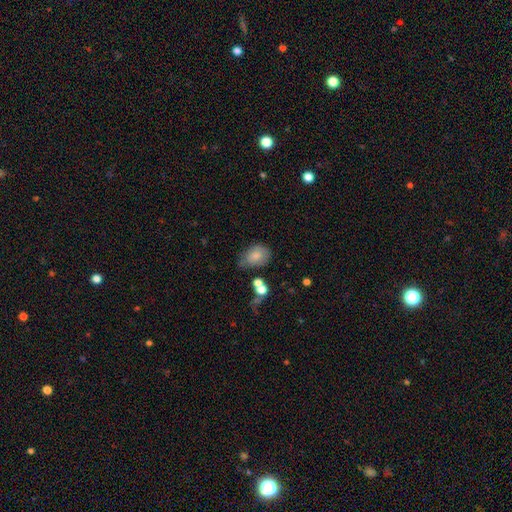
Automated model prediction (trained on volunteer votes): This appears to be a smooth galaxy with no disk features (78%) that is in between round and cigar-shaped (73%). Merging: none (50%).